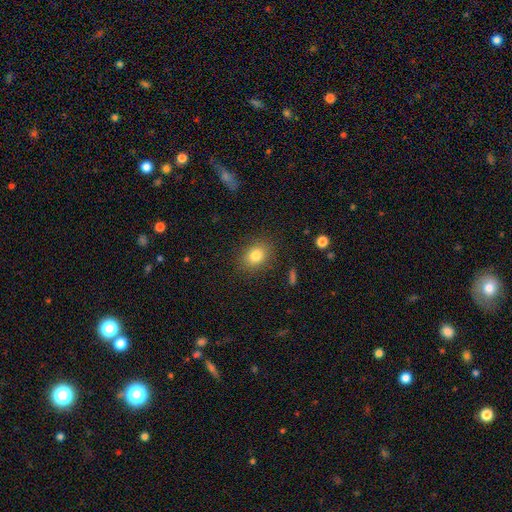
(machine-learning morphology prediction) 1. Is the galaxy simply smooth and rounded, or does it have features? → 81% smooth, 10% star or artifact, 8% featured or disk.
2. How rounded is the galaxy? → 56% in between, 43% round, 1% cigar-shaped.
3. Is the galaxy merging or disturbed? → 86% none, 10% minor disturbance, 3% major disturbance, 1% merger.